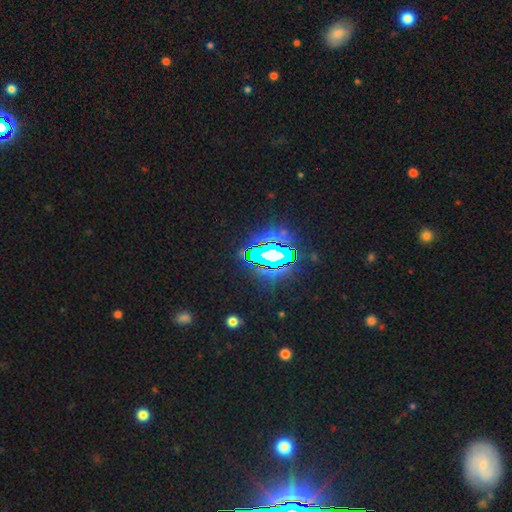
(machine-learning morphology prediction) This appears to be a star or artifact, not a galaxy (73%).